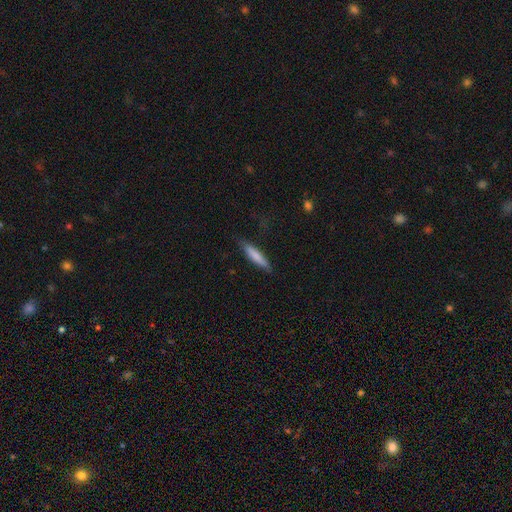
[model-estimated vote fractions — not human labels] smooth_or_featured: smooth (p=0.76) [alt: featured or disk p=0.19]
how_rounded: cigar-shaped (p=0.86) [alt: in between p=0.12]
merging: none (p=0.81) [alt: minor disturbance p=0.15]